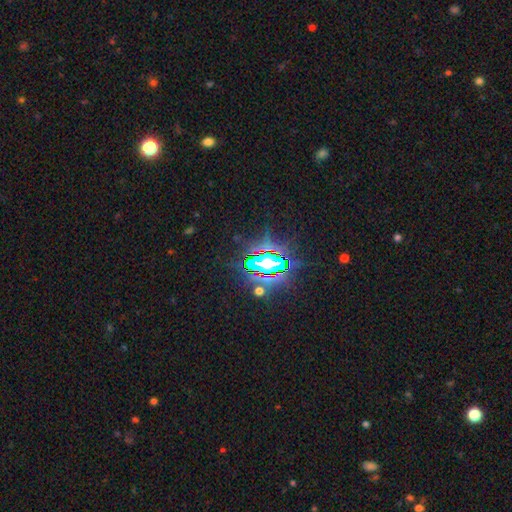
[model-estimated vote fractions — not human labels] star or artifact 78%, smooth 12%, featured or disk 10%.